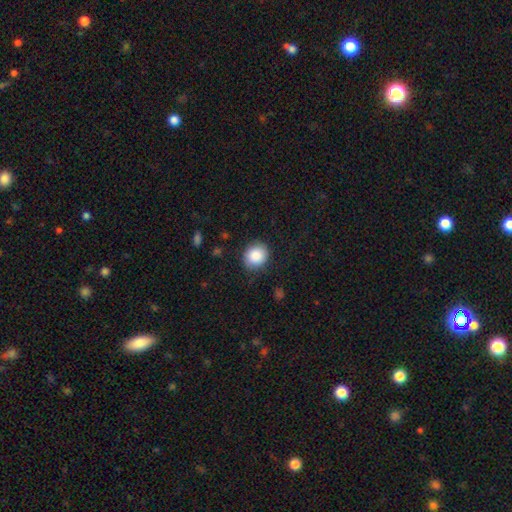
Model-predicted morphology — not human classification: Q: Smooth or featured?
A: smooth (87%); runner-up: star or artifact (8%)
Q: How rounded?
A: round (82%); runner-up: in between (17%)
Q: Merging?
A: none (84%); runner-up: minor disturbance (11%)